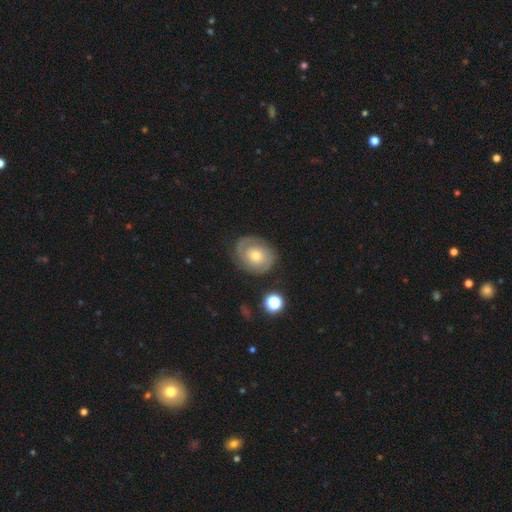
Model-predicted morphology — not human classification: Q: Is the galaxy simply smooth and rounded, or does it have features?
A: featured or disk — 72%.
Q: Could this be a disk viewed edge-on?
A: no — 97%.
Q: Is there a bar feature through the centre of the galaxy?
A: no — 78%.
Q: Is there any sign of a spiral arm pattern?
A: yes — 87%.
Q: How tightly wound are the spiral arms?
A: tight — 63%.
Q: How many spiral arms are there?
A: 2 — 66%.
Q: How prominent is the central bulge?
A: moderate — 55%.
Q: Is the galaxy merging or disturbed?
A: none — 78%.